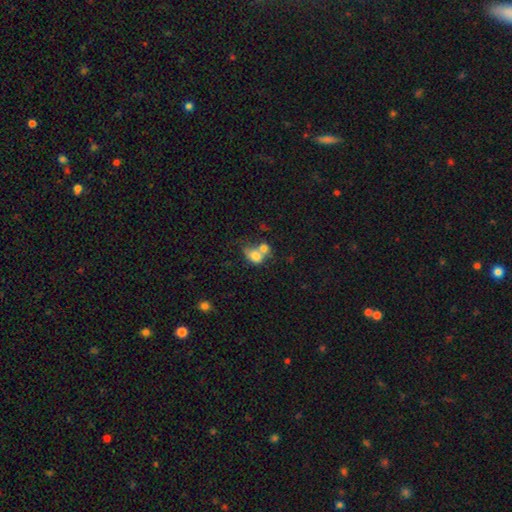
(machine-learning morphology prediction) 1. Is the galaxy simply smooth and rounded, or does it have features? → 73% smooth, 18% featured or disk, 9% star or artifact.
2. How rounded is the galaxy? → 60% in between, 39% round, 1% cigar-shaped.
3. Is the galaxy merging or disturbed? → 66% merger, 18% none, 9% minor disturbance, 7% major disturbance.